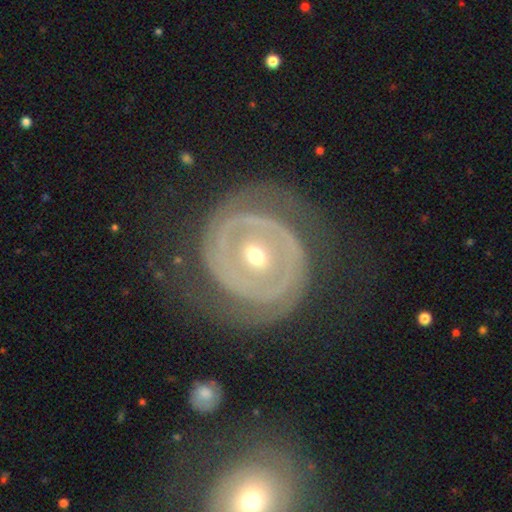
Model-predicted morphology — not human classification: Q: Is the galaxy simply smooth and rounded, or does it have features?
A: featured or disk — 81%.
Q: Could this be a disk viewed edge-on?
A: no — 96%.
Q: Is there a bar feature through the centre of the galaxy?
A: no — 56%.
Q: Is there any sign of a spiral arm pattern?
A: yes — 65%.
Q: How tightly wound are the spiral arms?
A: tight — 68%.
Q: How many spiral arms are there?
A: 2 — 52%.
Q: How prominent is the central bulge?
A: small — 51%.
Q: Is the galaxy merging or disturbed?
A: none — 67%.